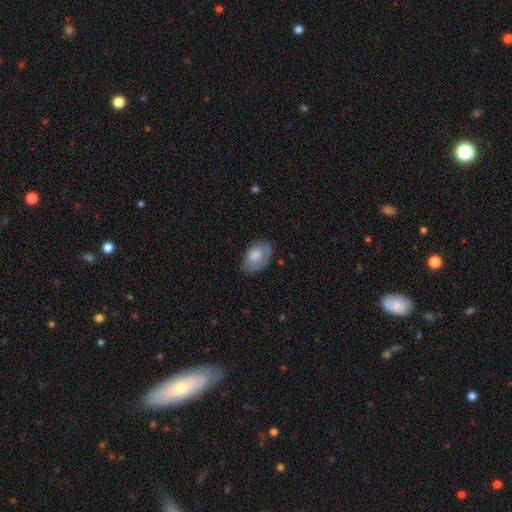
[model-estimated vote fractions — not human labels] The model was most divided on "smooth or featured": smooth: 68%, featured or disk: 25%, star or artifact: 7%. More confident: how rounded — in between (87%); merging — none (68%).